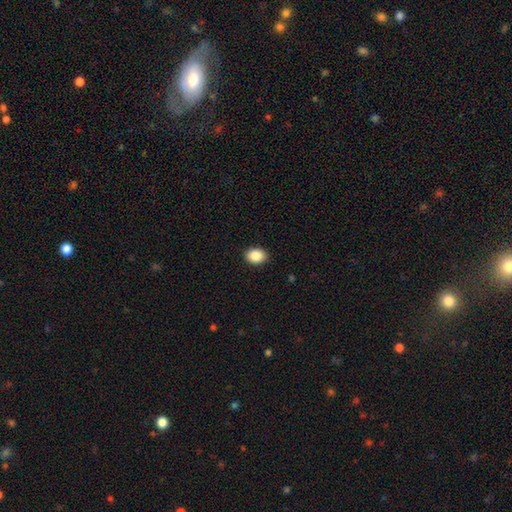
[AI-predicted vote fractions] Q: Smooth or featured?
A: smooth (88%); runner-up: star or artifact (8%)
Q: How rounded?
A: in between (65%); runner-up: round (34%)
Q: Merging?
A: none (90%); runner-up: minor disturbance (7%)